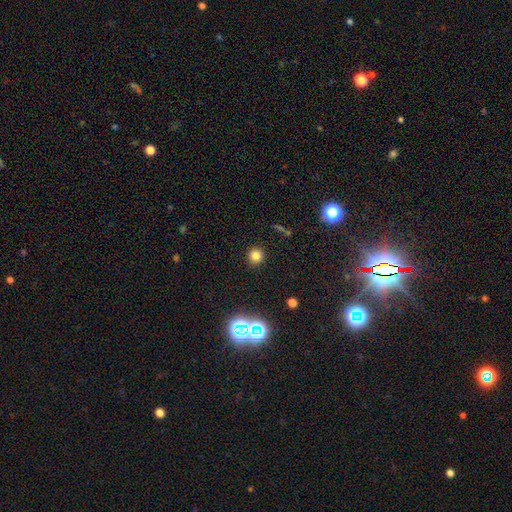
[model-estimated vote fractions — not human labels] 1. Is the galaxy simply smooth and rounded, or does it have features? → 77% smooth, 16% star or artifact, 6% featured or disk.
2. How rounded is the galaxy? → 93% round, 6% in between, 1% cigar-shaped.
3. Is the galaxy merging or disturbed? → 91% none, 5% minor disturbance, 2% major disturbance, 1% merger.